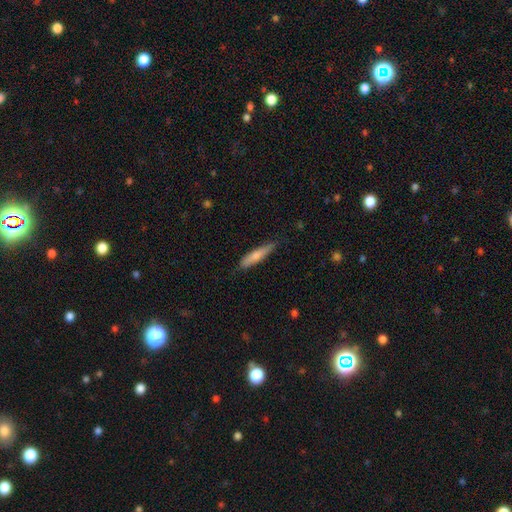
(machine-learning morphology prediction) Smooth or featured?
  - smooth: 71% *
  - featured or disk: 23%
  - star or artifact: 6%
How rounded?
  - cigar-shaped: 81% *
  - in between: 17%
  - round: 2%
Merging?
  - none: 77% *
  - minor disturbance: 19%
  - major disturbance: 3%
  - merger: 1%